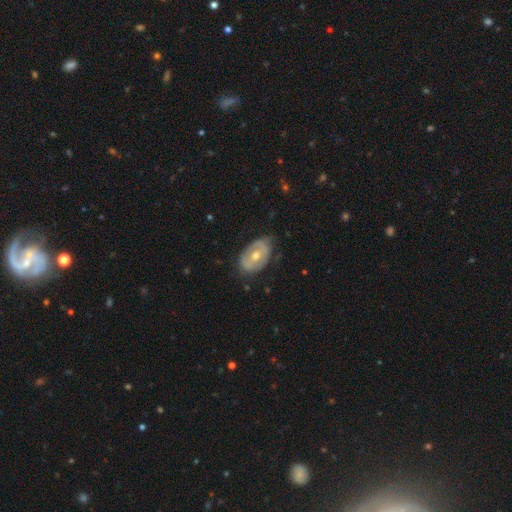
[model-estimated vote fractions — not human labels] Q: Smooth or featured?
A: featured or disk (63%); runner-up: smooth (30%)
Q: Edge-on disk?
A: no (93%); runner-up: yes (7%)
Q: Bar?
A: no (64%); runner-up: weak (26%)
Q: Spiral arms?
A: no (60%); runner-up: yes (40%)
Q: Bulge size?
A: moderate (72%); runner-up: small (22%)
Q: Merging?
A: none (72%); runner-up: minor disturbance (21%)